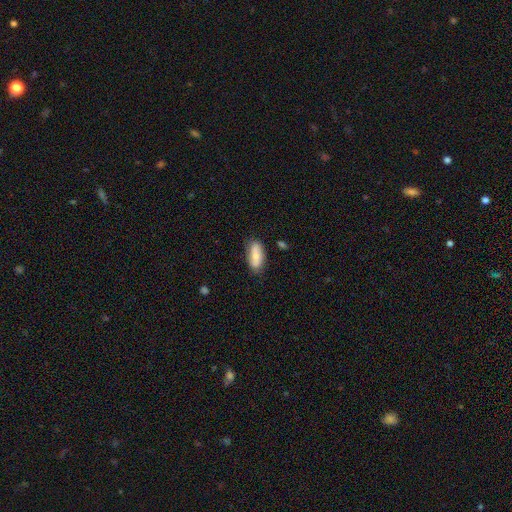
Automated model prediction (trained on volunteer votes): This appears to be a smooth galaxy with no disk features (71%) that is in between round and cigar-shaped (82%). Merging: none (76%).